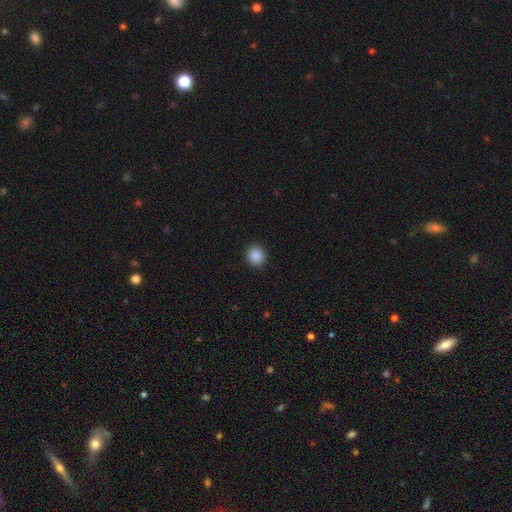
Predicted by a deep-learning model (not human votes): Smooth or featured? smooth (89%)
How rounded? round (78%)
Merging? none (91%)